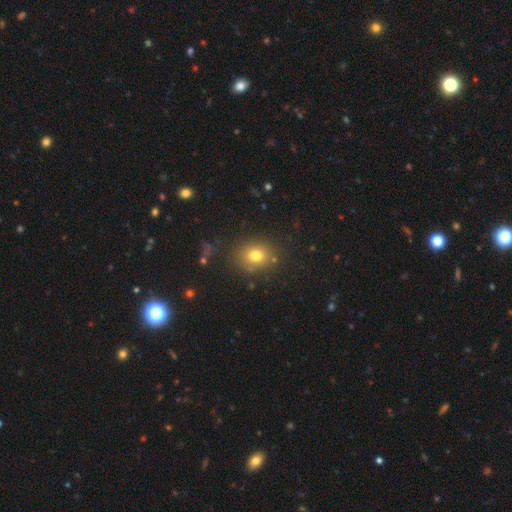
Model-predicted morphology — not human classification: Smooth or featured?
  - smooth: 76% *
  - star or artifact: 15%
  - featured or disk: 9%
How rounded?
  - round: 71% *
  - in between: 28%
  - cigar-shaped: 1%
Merging?
  - none: 83% *
  - minor disturbance: 10%
  - major disturbance: 4%
  - merger: 3%